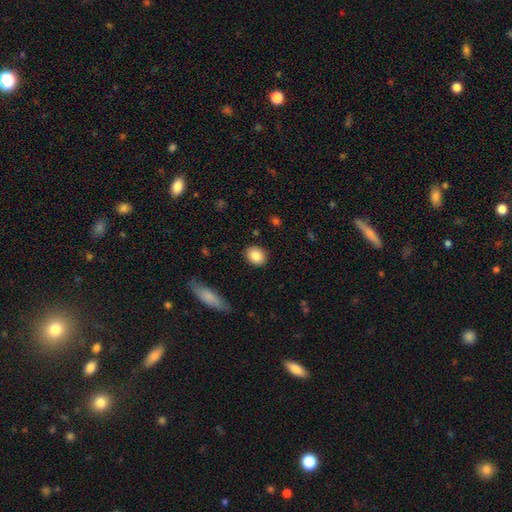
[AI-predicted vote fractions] Smooth or featured: smooth — 86% (star or artifact — 8%)
How rounded: round — 56% (in between — 43%)
Merging: none — 89% (minor disturbance — 8%)